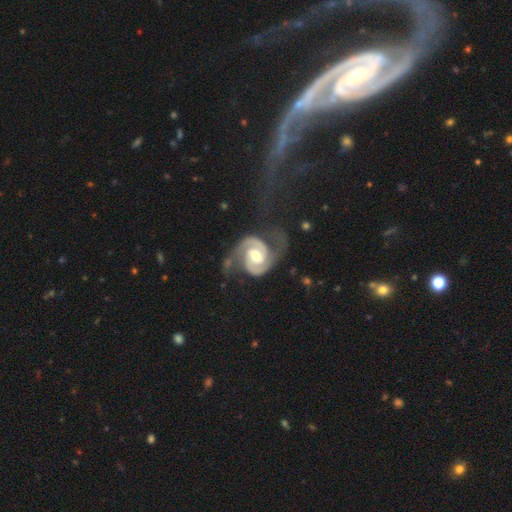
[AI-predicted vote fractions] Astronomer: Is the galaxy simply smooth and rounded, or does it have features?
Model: featured or disk — 92%.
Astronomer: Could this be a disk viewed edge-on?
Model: no — 98%.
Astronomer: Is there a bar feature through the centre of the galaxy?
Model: weak — 43% (runner-up: no, 39%).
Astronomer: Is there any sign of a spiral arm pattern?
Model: yes — 98%.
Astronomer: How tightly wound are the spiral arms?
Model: medium — 48% (runner-up: tight, 38%).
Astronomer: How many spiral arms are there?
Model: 2 — 93%.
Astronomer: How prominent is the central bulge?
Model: moderate — 73%.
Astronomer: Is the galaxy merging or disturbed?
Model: none — 60%.